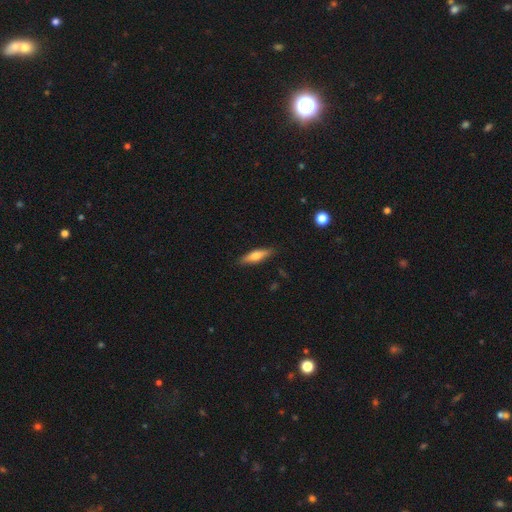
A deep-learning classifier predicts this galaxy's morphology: smooth-or-featured: smooth: 58% | featured or disk: 36% | star or artifact: 6%
  how-rounded: cigar-shaped: 66% | in between: 31% | round: 2%
  merging: none: 88% | minor disturbance: 9% | major disturbance: 2% | merger: 1%